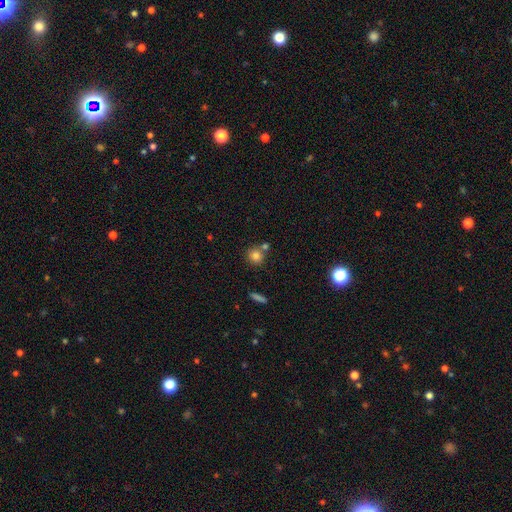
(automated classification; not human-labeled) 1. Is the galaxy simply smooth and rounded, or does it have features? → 80% smooth, 11% star or artifact, 9% featured or disk.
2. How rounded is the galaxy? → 90% round, 9% in between, 1% cigar-shaped.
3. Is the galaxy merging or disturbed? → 65% none, 23% merger, 9% minor disturbance, 3% major disturbance.